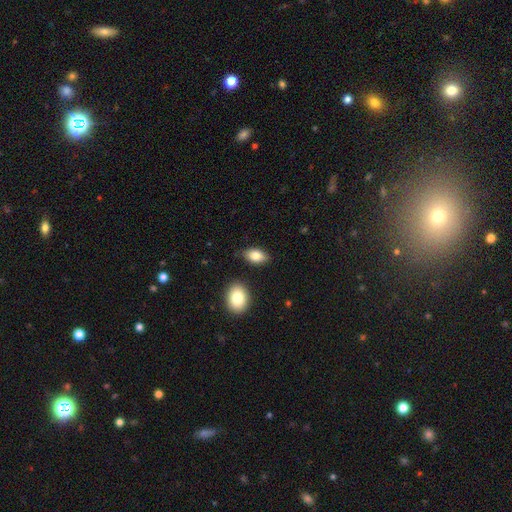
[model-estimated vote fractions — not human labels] This appears to be a smooth galaxy with no disk features (83%) that is in between round and cigar-shaped (91%). Merging: none (82%).